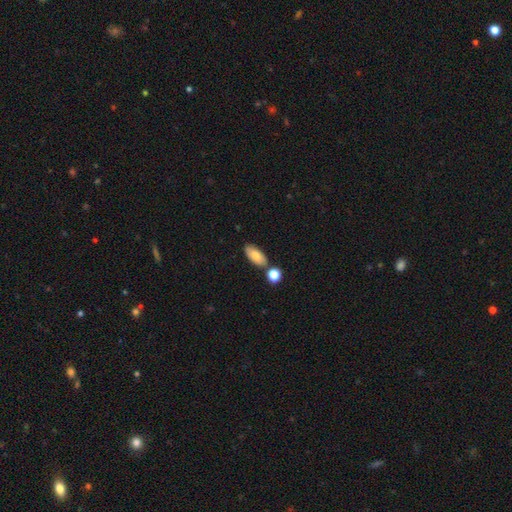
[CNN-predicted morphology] The model was most divided on "merging": none: 73%, minor disturbance: 13%, merger: 12%, major disturbance: 3%. More confident: how rounded — in between (89%); smooth or featured — smooth (80%).